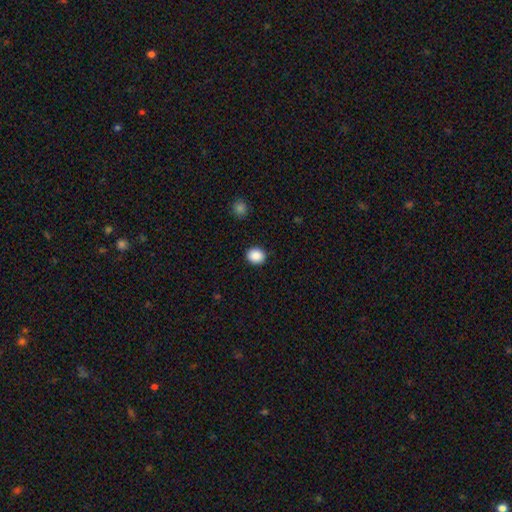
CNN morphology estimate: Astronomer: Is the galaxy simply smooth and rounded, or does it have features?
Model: smooth — 89%.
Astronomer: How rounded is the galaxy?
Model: round — 72%.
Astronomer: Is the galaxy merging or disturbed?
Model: none — 90%.